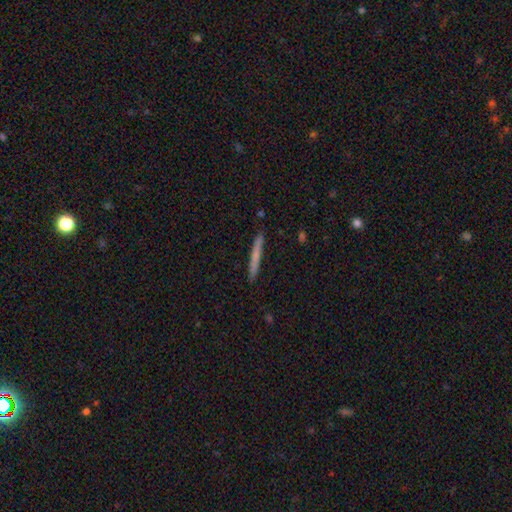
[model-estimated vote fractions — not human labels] This appears to be a smooth galaxy with no disk features (62%) that is cigar-shaped (96%). Merging: none (91%).